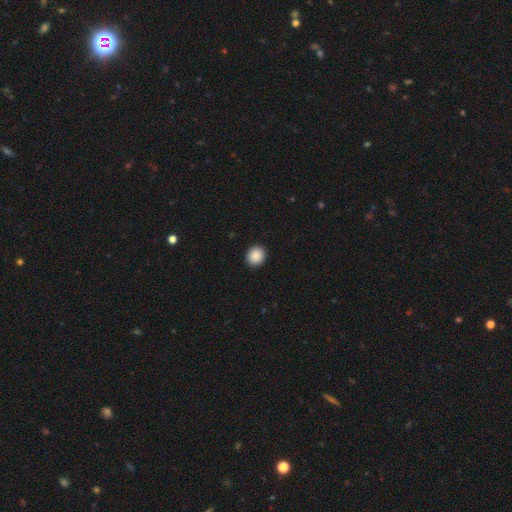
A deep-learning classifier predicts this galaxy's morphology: A smooth galaxy with no disk features (89%) that is round (82%). Merging: none (92%).